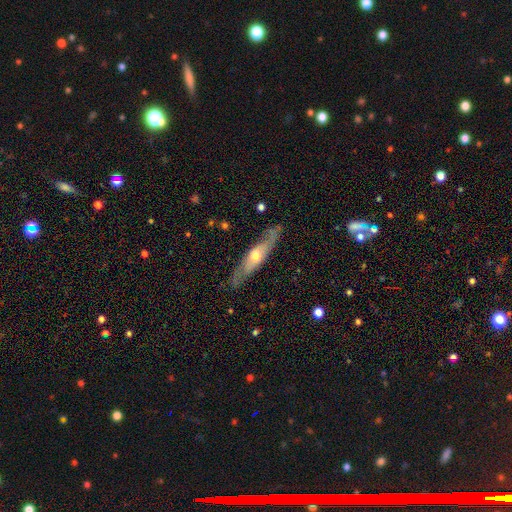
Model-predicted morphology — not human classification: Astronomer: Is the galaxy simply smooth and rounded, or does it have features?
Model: featured or disk — 63%.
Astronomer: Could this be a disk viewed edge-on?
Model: yes — 61% (runner-up: no, 39%).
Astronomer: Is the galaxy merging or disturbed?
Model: none — 78%.